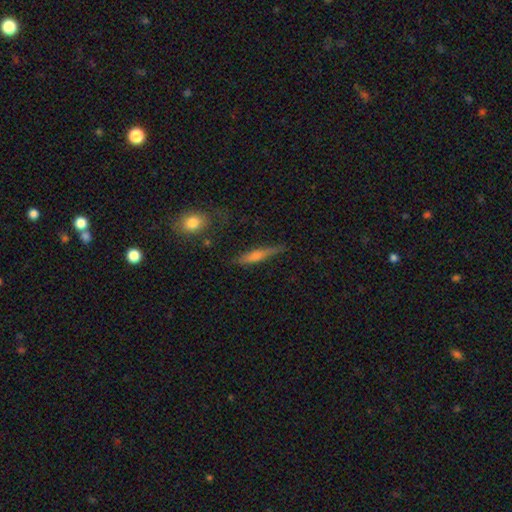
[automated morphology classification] Overall: smooth (48%; featured or disk 44%). Merging: none (75%).